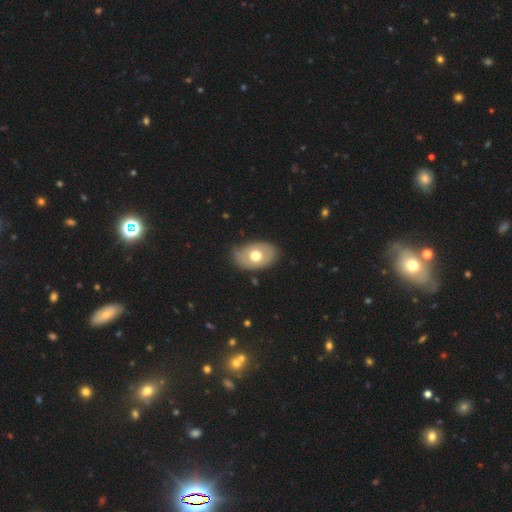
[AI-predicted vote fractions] Smooth or featured? smooth (60%)
How rounded? in between (86%)
Merging? none (78%)